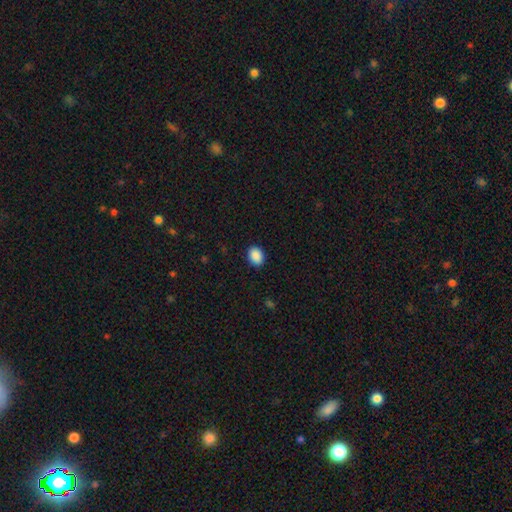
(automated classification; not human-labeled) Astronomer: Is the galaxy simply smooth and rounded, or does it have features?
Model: smooth — 89%.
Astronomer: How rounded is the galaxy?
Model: in between — 58% (runner-up: round, 42%).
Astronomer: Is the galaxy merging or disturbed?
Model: none — 89%.